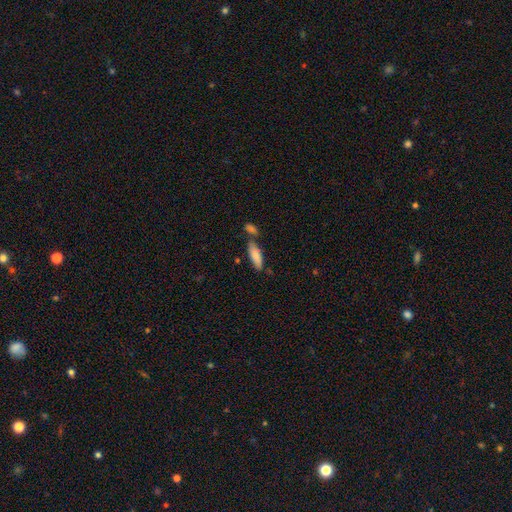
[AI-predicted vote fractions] smooth_or_featured: smooth (p=0.82) [alt: featured or disk p=0.12]
how_rounded: in between (p=0.59) [alt: cigar-shaped p=0.39]
merging: none (p=0.51) [alt: merger p=0.29]